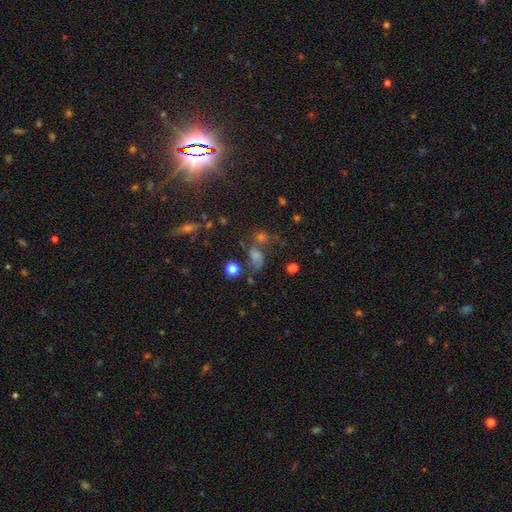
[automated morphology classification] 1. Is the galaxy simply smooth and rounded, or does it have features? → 43% star or artifact, 34% smooth, 23% featured or disk.